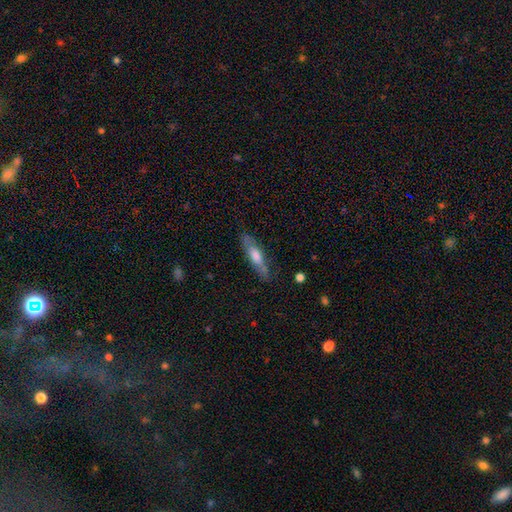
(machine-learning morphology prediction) Smooth or featured?
  - smooth: 47% * (tied)
  - featured or disk: 47% * (tied)
  - star or artifact: 6%
Merging?
  - none: 76% *
  - minor disturbance: 17%
  - major disturbance: 5%
  - merger: 2%